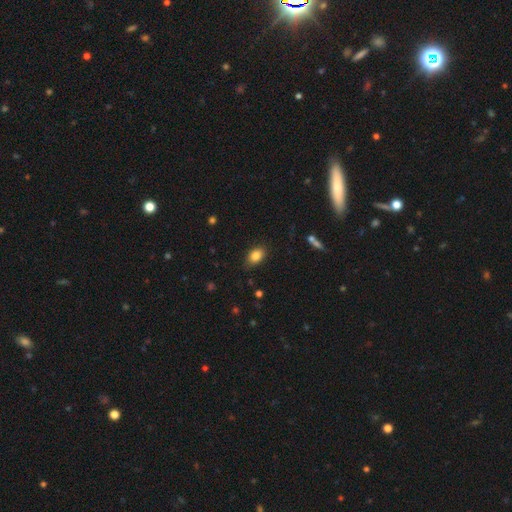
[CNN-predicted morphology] A smooth galaxy with no disk features (84%) that is in between round and cigar-shaped (84%).

Vote fractions:
- Smooth or featured? smooth: 84% / star or artifact: 9% / featured or disk: 7%
- How rounded? in between: 84% / round: 14% / cigar-shaped: 2%
- Merging? none: 84% / minor disturbance: 12% / major disturbance: 3% / merger: 1%